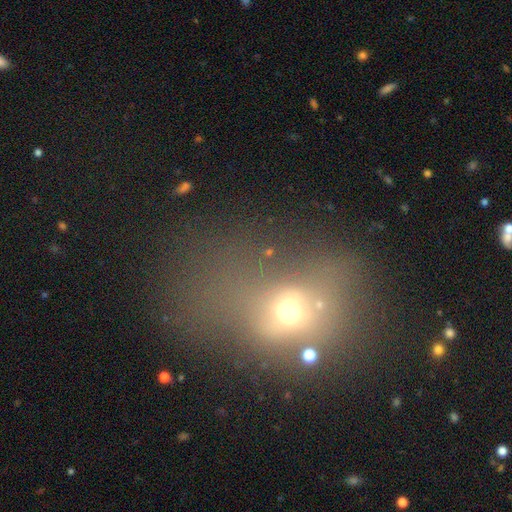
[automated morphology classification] smooth_or_featured: smooth (p=0.47) [alt: star or artifact p=0.28]
merging: none (p=0.34) [alt: major disturbance p=0.29]